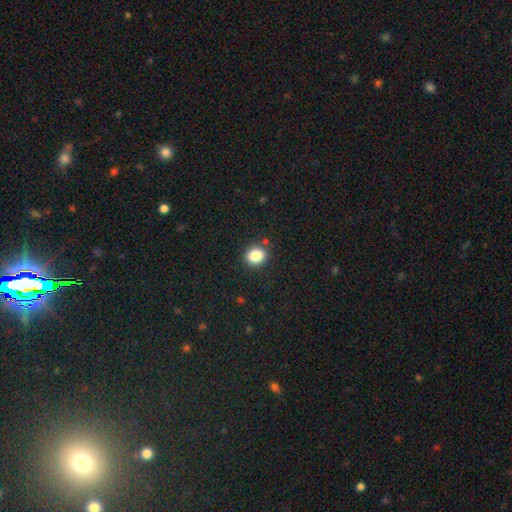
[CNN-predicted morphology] Q: Smooth or featured?
A: smooth (85%); runner-up: star or artifact (10%)
Q: How rounded?
A: round (69%); runner-up: in between (31%)
Q: Merging?
A: none (86%); runner-up: minor disturbance (9%)